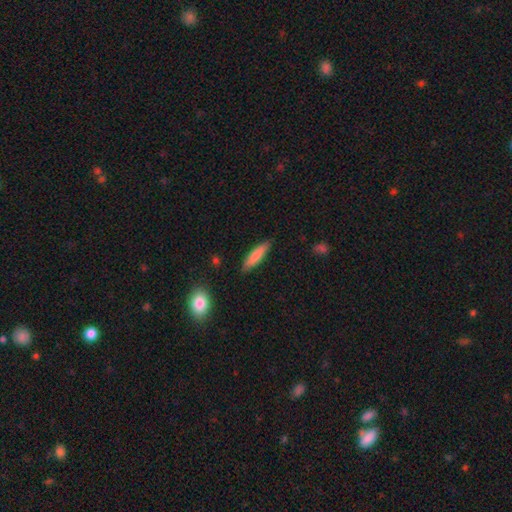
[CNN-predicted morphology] A smooth galaxy with no disk features (79%) that is cigar-shaped (76%).

Vote fractions:
- Smooth or featured? smooth: 79% / featured or disk: 15% / star or artifact: 6%
- How rounded? cigar-shaped: 76% / in between: 22% / round: 2%
- Merging? none: 86% / minor disturbance: 10% / major disturbance: 2% / merger: 2%